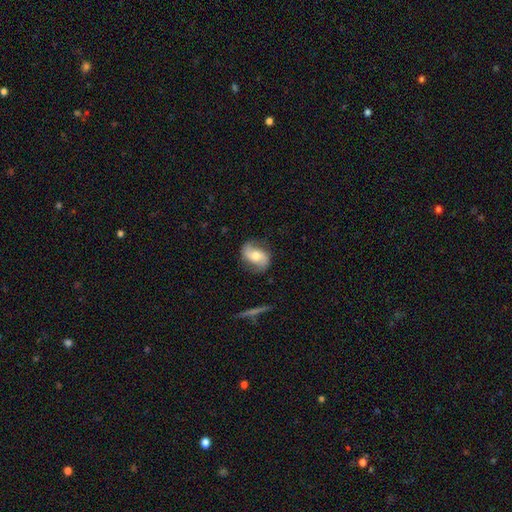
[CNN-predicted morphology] This is likely a featured or disk galaxy (73%). It is clearly not viewed edge-on (96%). Bar: possibly no (55%). Spiral arm pattern: clearly yes (93%). Spiral arm count: clearly 2 (91%). Spiral winding: possibly loose (53%). Central bulge: likely moderate (69%). Merging: likely none (78%).